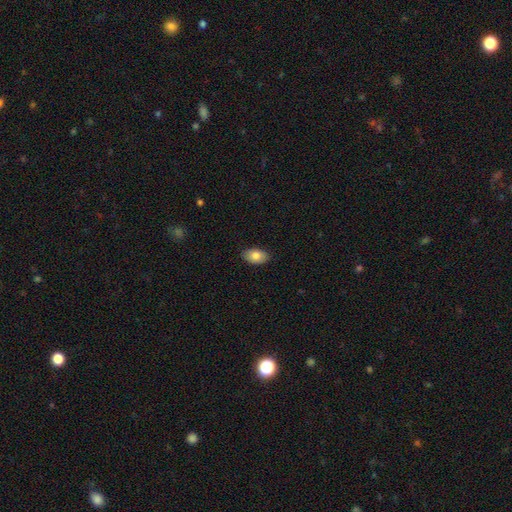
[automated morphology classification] smooth_or_featured: smooth (p=0.82) [alt: featured or disk p=0.11]
how_rounded: in between (p=0.92) [alt: round p=0.06]
merging: none (p=0.88) [alt: minor disturbance p=0.09]